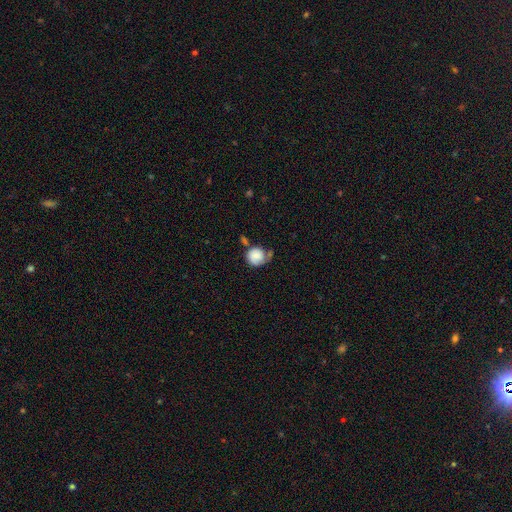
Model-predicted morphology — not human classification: A smooth galaxy with no disk features (73%) that is round (82%).

Vote fractions:
- Smooth or featured? smooth: 73% / featured or disk: 19% / star or artifact: 8%
- How rounded? round: 82% / in between: 17% / cigar-shaped: 1%
- Merging? none: 39% / minor disturbance: 30% / major disturbance: 17% / merger: 14%